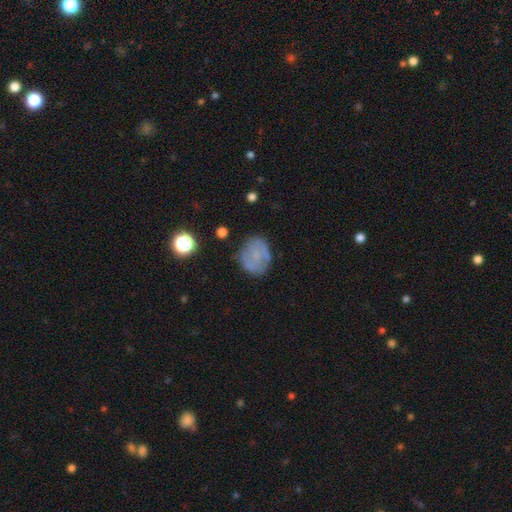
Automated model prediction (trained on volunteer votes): Morphology: type=smooth (54%); roundness=round (60%); merging=none (70%).